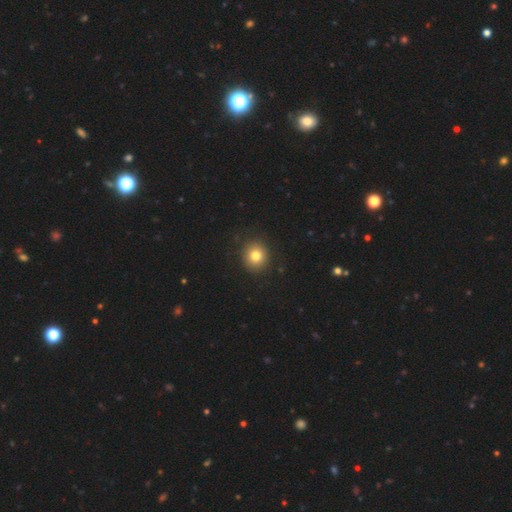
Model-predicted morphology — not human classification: The model was most divided on "smooth or featured": smooth: 79%, star or artifact: 12%, featured or disk: 9%. More confident: merging — none (90%); how rounded — round (87%).